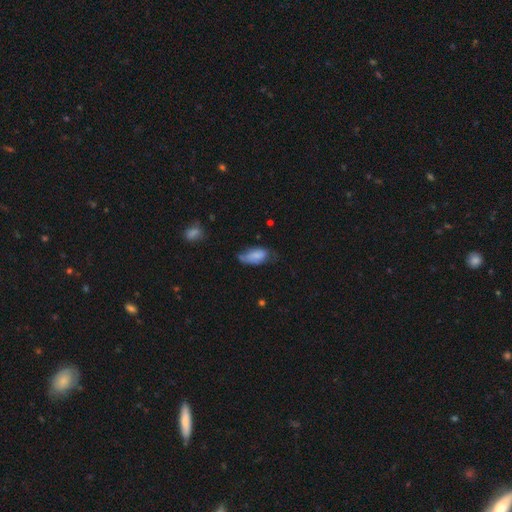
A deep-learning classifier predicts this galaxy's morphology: smooth-or-featured: smooth: 74% | featured or disk: 18% | star or artifact: 8%
  how-rounded: in between: 89% | cigar-shaped: 8% | round: 3%
  merging: minor disturbance: 40% | none: 38% | major disturbance: 18% | merger: 3%